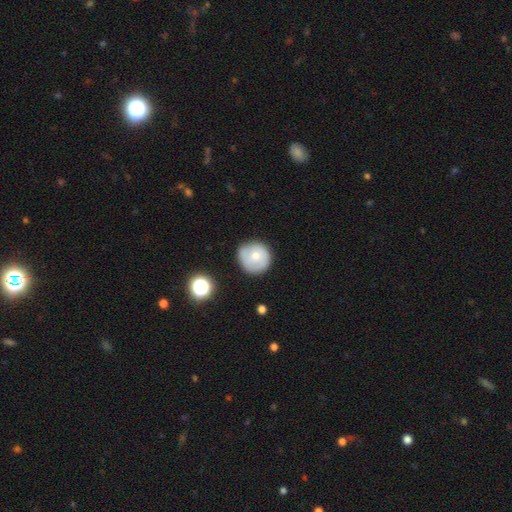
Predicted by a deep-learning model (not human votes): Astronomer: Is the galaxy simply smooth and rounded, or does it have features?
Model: smooth — 61%.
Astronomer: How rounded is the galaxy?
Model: round — 92%.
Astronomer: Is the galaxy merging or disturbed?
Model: none — 77%.